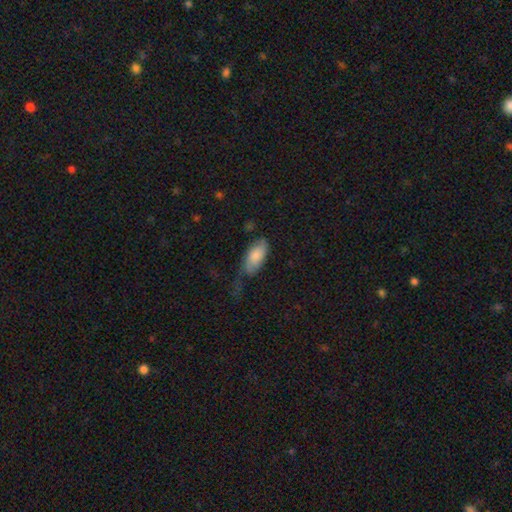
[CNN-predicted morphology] Smooth or featured?
  - smooth: 75% *
  - featured or disk: 19%
  - star or artifact: 6%
How rounded?
  - in between: 90% *
  - cigar-shaped: 8%
  - round: 2%
Merging?
  - none: 39% *
  - minor disturbance: 35%
  - major disturbance: 23%
  - merger: 3%